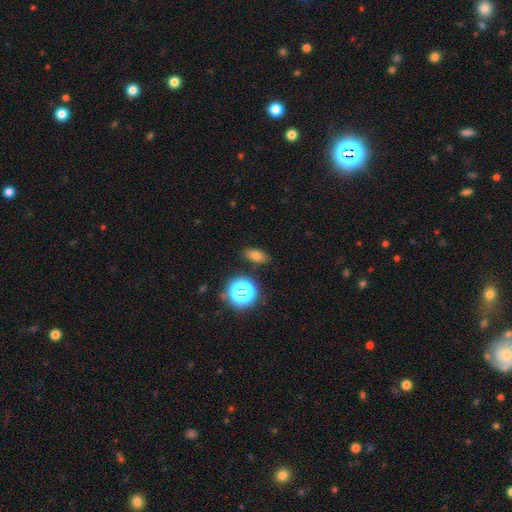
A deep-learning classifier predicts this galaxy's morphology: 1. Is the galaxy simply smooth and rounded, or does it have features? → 69% smooth, 21% star or artifact, 10% featured or disk.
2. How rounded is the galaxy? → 80% in between, 15% round, 5% cigar-shaped.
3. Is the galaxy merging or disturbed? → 84% none, 11% minor disturbance, 3% major disturbance, 2% merger.